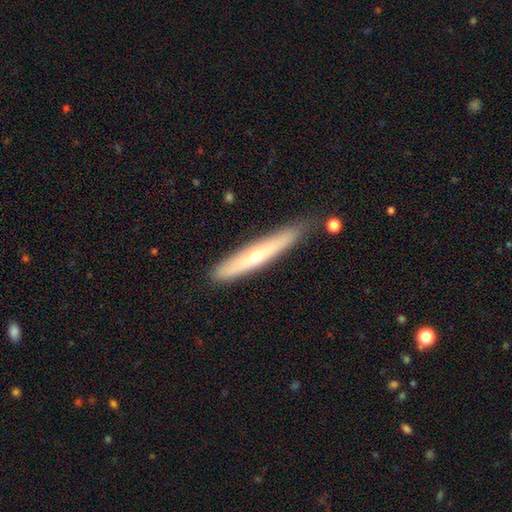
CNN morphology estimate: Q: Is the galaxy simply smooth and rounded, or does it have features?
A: smooth — 49%.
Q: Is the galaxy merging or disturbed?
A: none — 76%.